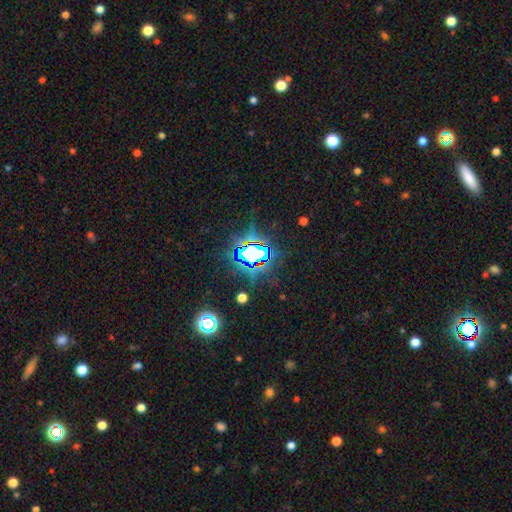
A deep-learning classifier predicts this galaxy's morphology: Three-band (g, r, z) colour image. It shows a star or artifact, not a galaxy (70%).